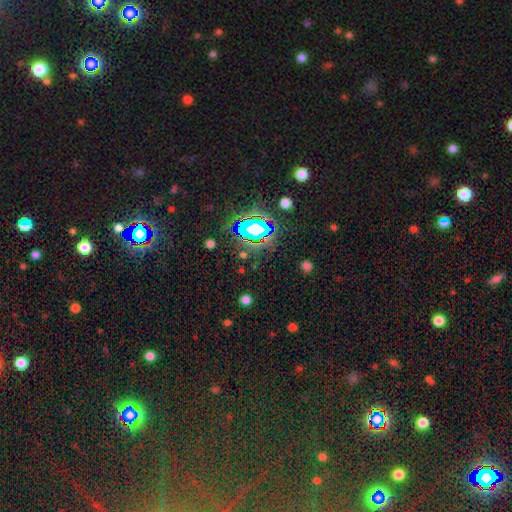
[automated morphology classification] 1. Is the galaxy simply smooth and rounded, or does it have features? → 80% star or artifact, 13% smooth, 7% featured or disk.